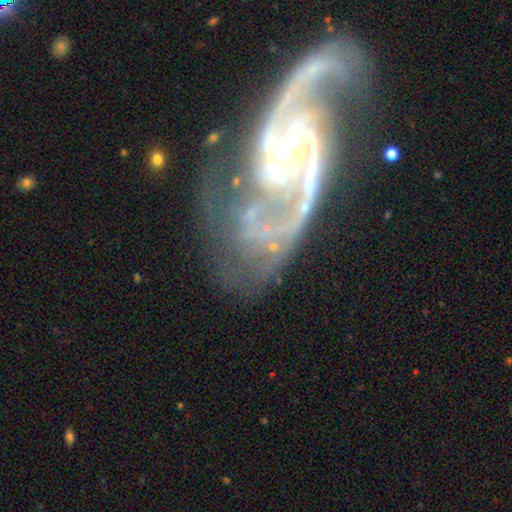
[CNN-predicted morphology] Smooth or featured? featured or disk (77%)
Edge-on disk? no (95%)
Bar? no (56%)
Spiral arms? yes (70%)
Spiral winding? loose (41%)
Spiral arm count? 2 (33%)
Bulge size? small (36%)
Merging? major disturbance (40%)